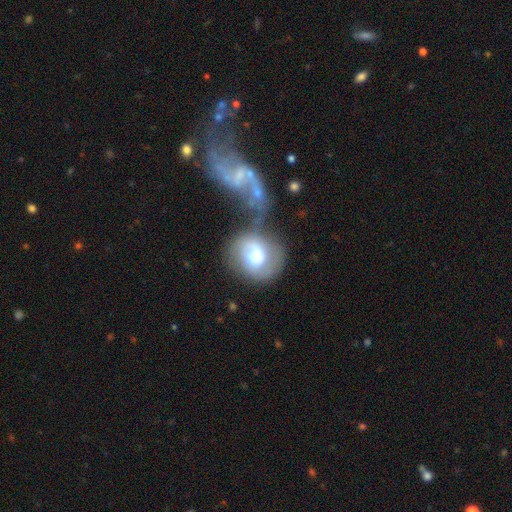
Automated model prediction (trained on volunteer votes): The model was most divided on "smooth or featured": featured or disk: 50%, smooth: 42%, star or artifact: 8%. Remaining: edge-on disk — no (97%); merging — none (39%).